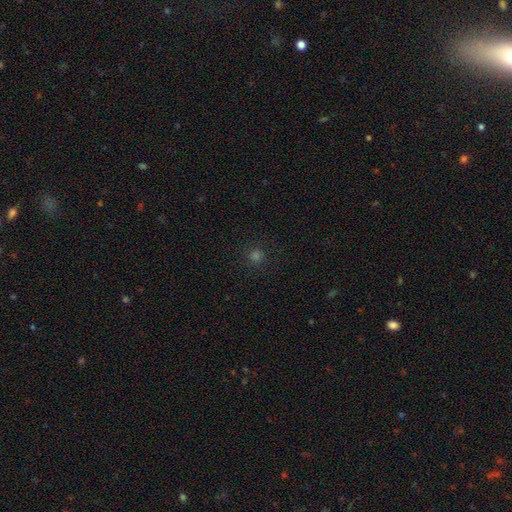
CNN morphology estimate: Smooth or featured? Predicted: smooth (p=0.68). How rounded? Predicted: round (p=0.95). Merging? Predicted: none (p=0.90).